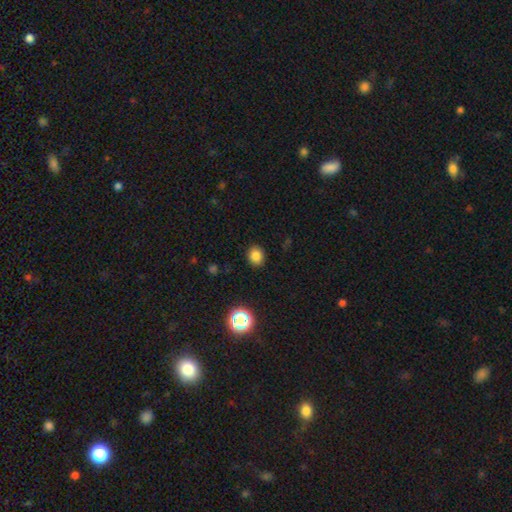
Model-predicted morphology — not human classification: A smooth galaxy with no disk features (81%) that is round (64%). Merging: none (89%).